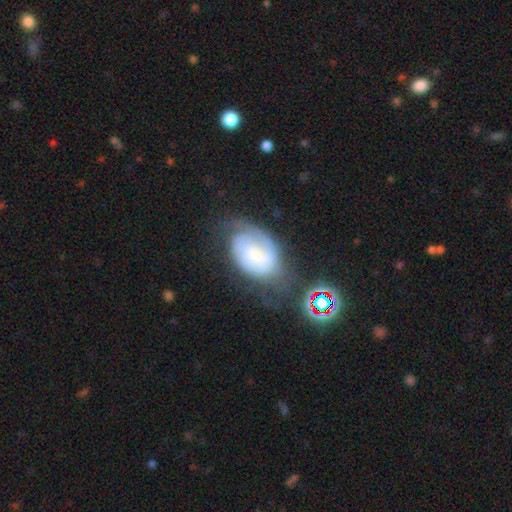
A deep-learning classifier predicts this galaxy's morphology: Q: Smooth or featured?
A: featured or disk (68%); runner-up: smooth (23%)
Q: Edge-on disk?
A: no (97%); runner-up: yes (3%)
Q: Bar?
A: no (51%); runner-up: weak (40%)
Q: Spiral arms?
A: yes (90%); runner-up: no (10%)
Q: Spiral winding?
A: tight (49%); runner-up: medium (37%)
Q: Spiral arm count?
A: 2 (48%); runner-up: can't tell (30%)
Q: Bulge size?
A: small (57%); runner-up: moderate (20%)
Q: Merging?
A: none (46%); runner-up: minor disturbance (27%)